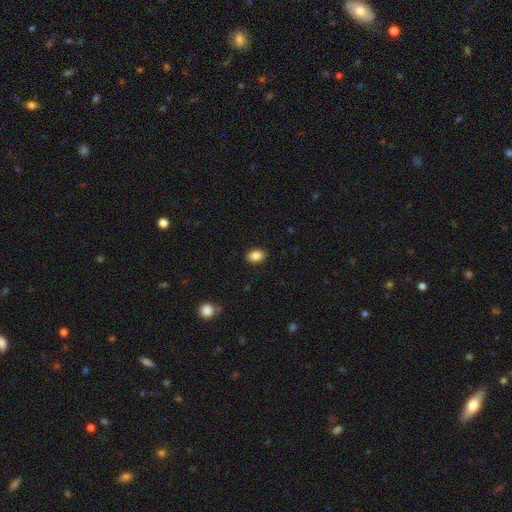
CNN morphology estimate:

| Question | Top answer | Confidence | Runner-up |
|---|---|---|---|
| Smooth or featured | smooth | 88% | star or artifact (9%) |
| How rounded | in between | 81% | round (18%) |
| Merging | none | 89% | minor disturbance (8%) |